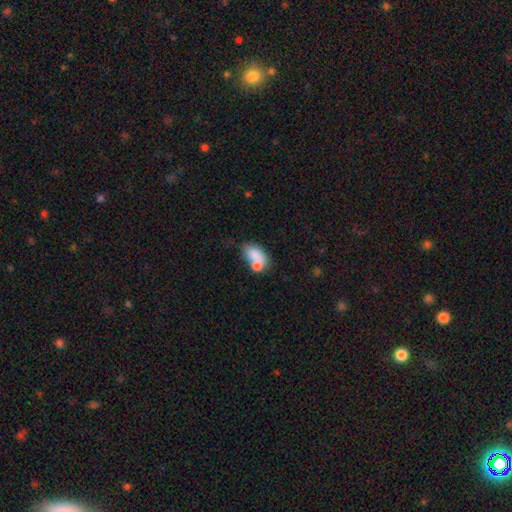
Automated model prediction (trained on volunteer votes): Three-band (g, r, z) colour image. It shows a smooth galaxy with no disk features (77%) that is in between round and cigar-shaped (86%). Merging: merger (42%).